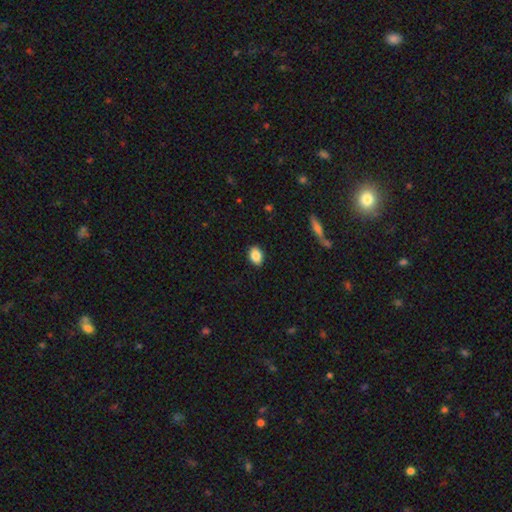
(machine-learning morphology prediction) Smooth or featured?
  - smooth: 86% *
  - star or artifact: 8%
  - featured or disk: 6%
How rounded?
  - in between: 77% *
  - round: 21%
  - cigar-shaped: 2%
Merging?
  - none: 89% *
  - minor disturbance: 8%
  - major disturbance: 2%
  - merger: 1%